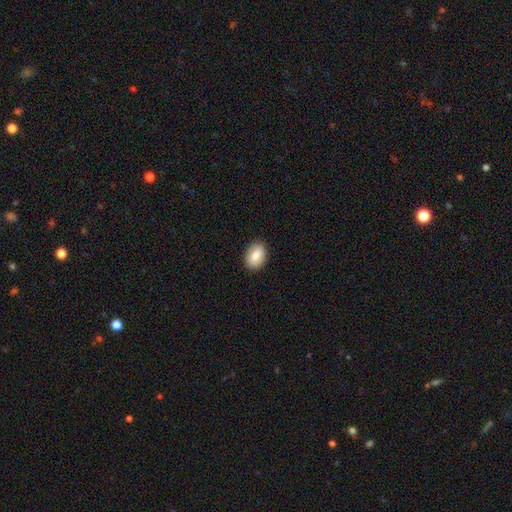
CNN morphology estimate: Smooth or featured?
  - smooth: 79% *
  - featured or disk: 14%
  - star or artifact: 7%
How rounded?
  - in between: 78% *
  - round: 21%
  - cigar-shaped: 1%
Merging?
  - none: 89% *
  - minor disturbance: 9%
  - major disturbance: 2%
  - merger: 1%